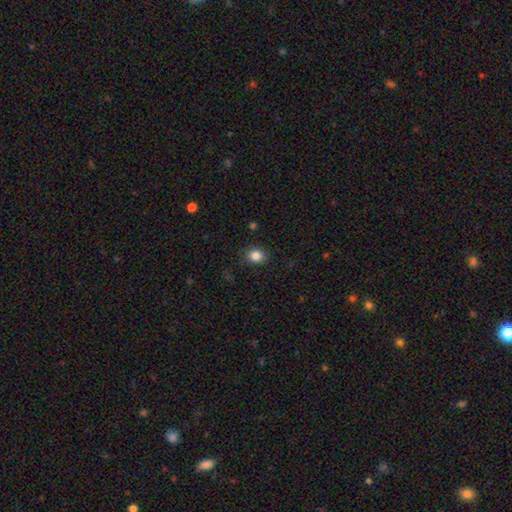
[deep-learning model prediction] Overall: smooth (84%). How rounded: round (66%; in between 33%). Merging: none (88%).